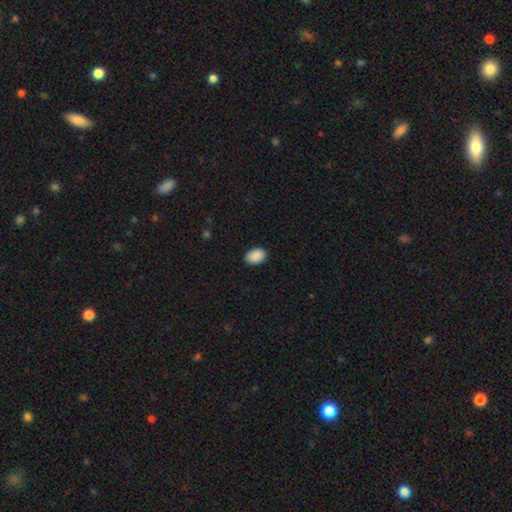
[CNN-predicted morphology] A smooth galaxy with no disk features (91%) that is in between round and cigar-shaped (88%).

Vote fractions:
- Smooth or featured? smooth: 91% / star or artifact: 7% / featured or disk: 2%
- How rounded? in between: 88% / round: 11% / cigar-shaped: 1%
- Merging? none: 88% / minor disturbance: 9% / major disturbance: 2% / merger: 1%